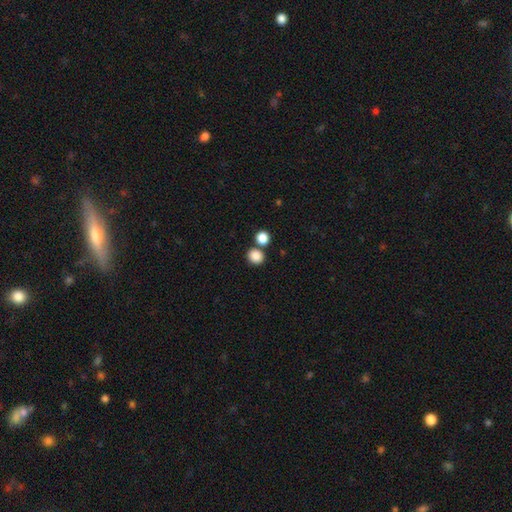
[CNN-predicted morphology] Q: Smooth or featured?
A: smooth (86%); runner-up: star or artifact (10%)
Q: How rounded?
A: round (82%); runner-up: in between (17%)
Q: Merging?
A: none (70%); runner-up: merger (19%)